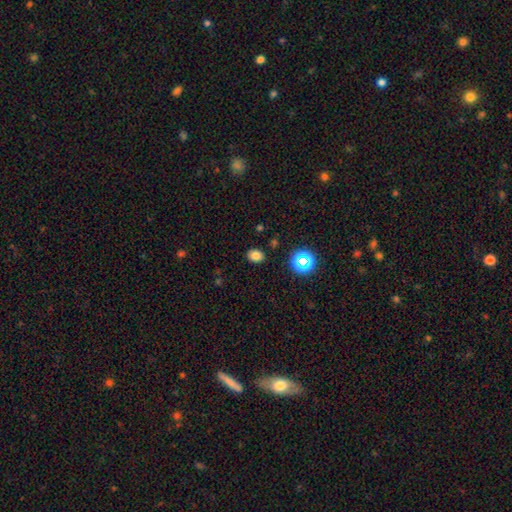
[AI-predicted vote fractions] Smooth or featured? Predicted: smooth (p=0.78). How rounded? Predicted: in between (p=0.60). Merging? Predicted: none (p=0.87).